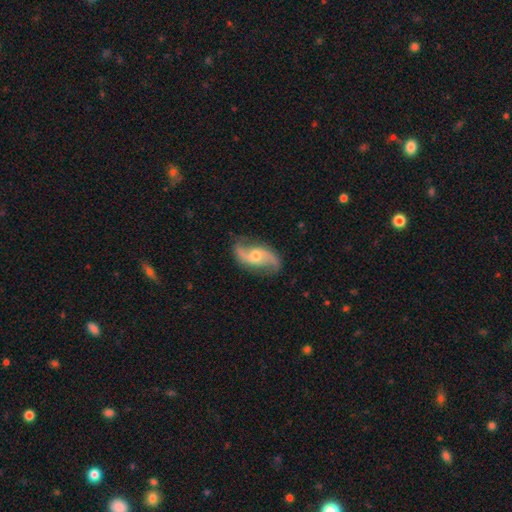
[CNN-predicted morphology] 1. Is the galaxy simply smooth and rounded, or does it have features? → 88% featured or disk, 7% smooth, 5% star or artifact.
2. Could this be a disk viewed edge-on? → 96% no, 4% yes.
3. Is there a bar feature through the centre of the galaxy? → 53% no, 37% weak, 10% strong.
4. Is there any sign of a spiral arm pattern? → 97% yes, 3% no.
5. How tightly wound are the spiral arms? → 69% loose, 25% medium, 6% tight.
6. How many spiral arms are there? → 94% 2, 2% can't tell, 1% 1, 1% 3, 1% 4, 1% more than 4.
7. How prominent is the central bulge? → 62% moderate, 31% small, 4% large, 2% none, 1% dominant.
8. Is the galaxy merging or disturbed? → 81% none, 14% minor disturbance, 4% major disturbance, 1% merger.